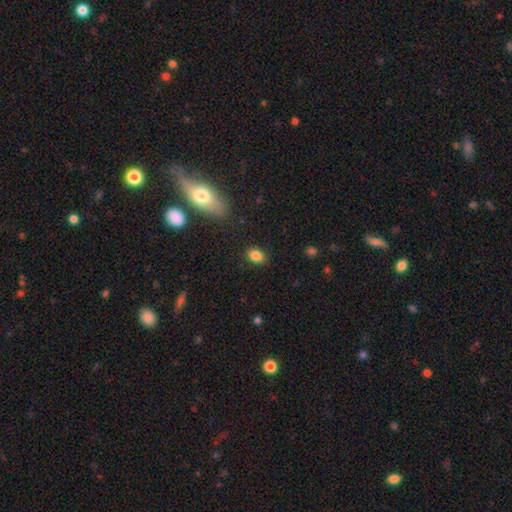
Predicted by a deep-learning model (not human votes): This is clearly a smooth galaxy (85%). How rounded: likely in between (71%). Merging: clearly none (85%).